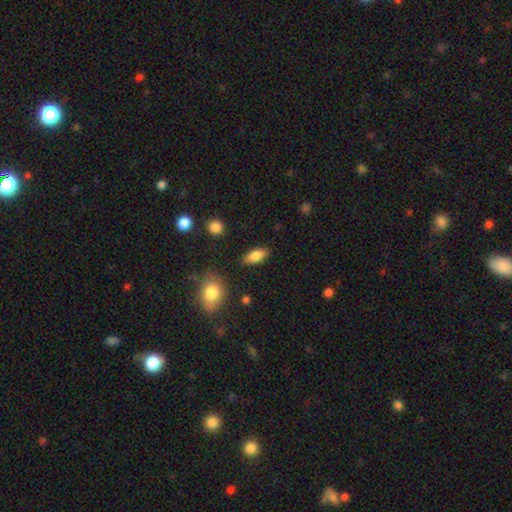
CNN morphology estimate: Smooth or featured? smooth (80%)
How rounded? in between (84%)
Merging? none (84%)